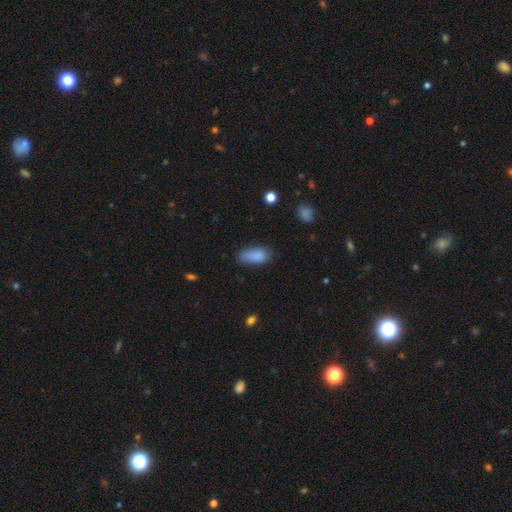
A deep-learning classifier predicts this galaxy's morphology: Smooth or featured? Predicted: smooth (p=0.85). How rounded? Predicted: in between (p=0.85). Merging? Predicted: none (p=0.60).